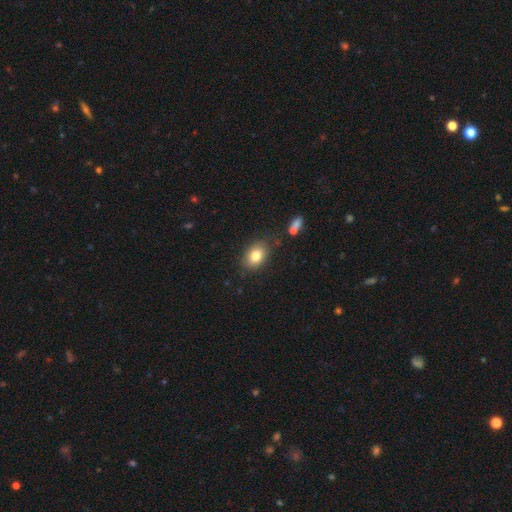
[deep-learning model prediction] This appears to be a smooth galaxy with no disk features (81%) that is in between round and cigar-shaped (74%). Merging: none (80%).